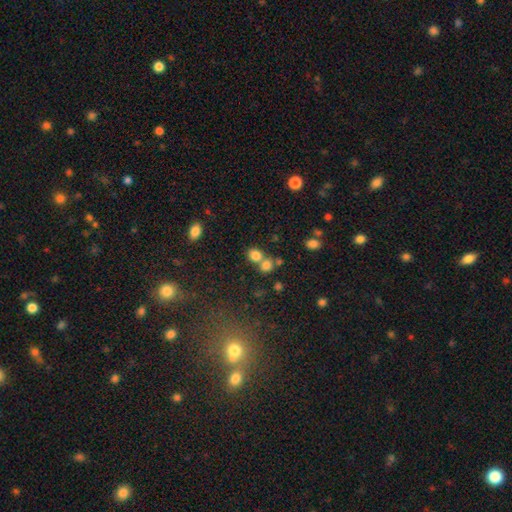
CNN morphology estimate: The model was most divided on "merging": merger: 48%, none: 42%, minor disturbance: 6%, major disturbance: 3%. More confident: smooth or featured — smooth (78%); how rounded — round (73%).